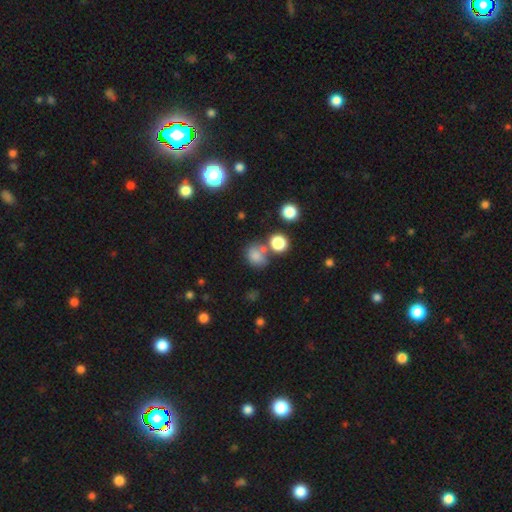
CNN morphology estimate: Overall: smooth (77%). How rounded: round (60%; in between 39%). Merging: none (52%; merger 26%).